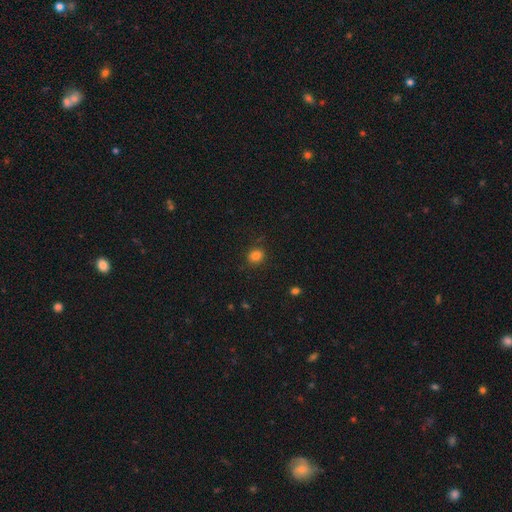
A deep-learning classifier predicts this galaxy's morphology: A smooth galaxy with no disk features (83%) that is round (59%).

Vote fractions:
- Smooth or featured? smooth: 83% / star or artifact: 13% / featured or disk: 4%
- How rounded? round: 59% / in between: 40% / cigar-shaped: 1%
- Merging? none: 82% / minor disturbance: 12% / major disturbance: 4% / merger: 1%